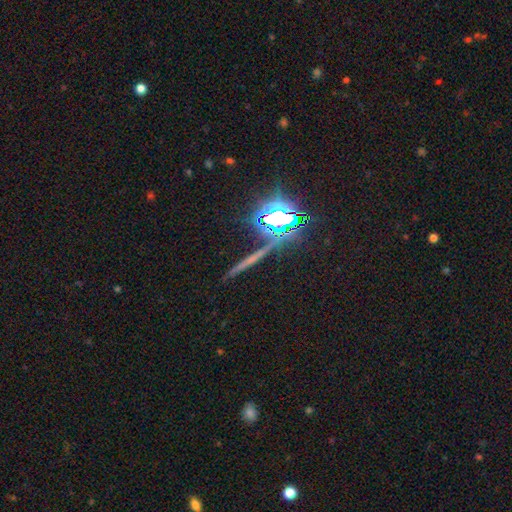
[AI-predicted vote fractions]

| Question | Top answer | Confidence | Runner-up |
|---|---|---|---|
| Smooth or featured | star or artifact | 68% | featured or disk (18%) |